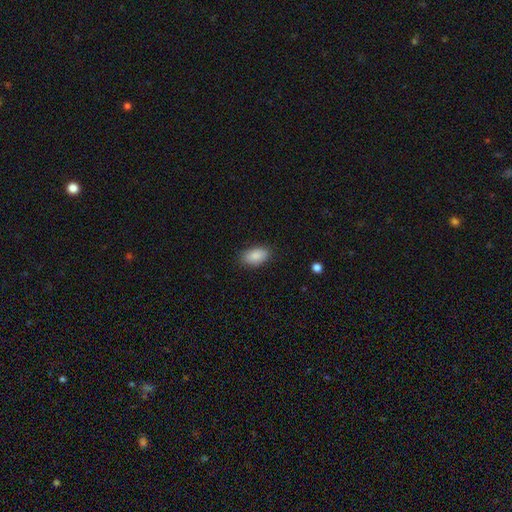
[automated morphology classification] Overall: smooth (89%). How rounded: in between (92%). Merging: none (86%).